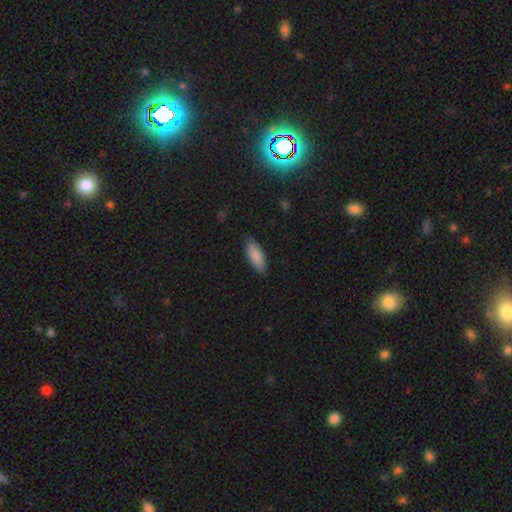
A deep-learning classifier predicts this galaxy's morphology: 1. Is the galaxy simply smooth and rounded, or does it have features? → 88% smooth, 7% featured or disk, 5% star or artifact.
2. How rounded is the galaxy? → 78% in between, 21% cigar-shaped, 2% round.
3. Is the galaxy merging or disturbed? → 83% none, 14% minor disturbance, 2% major disturbance, 1% merger.